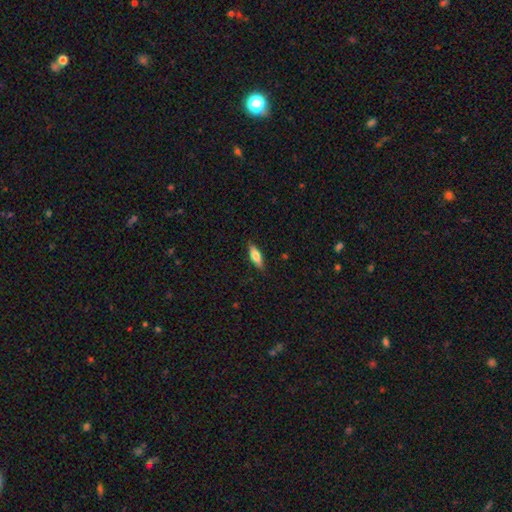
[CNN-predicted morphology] A smooth galaxy with no disk features (74%) that is in between round and cigar-shaped (57%). Merging: none (86%).